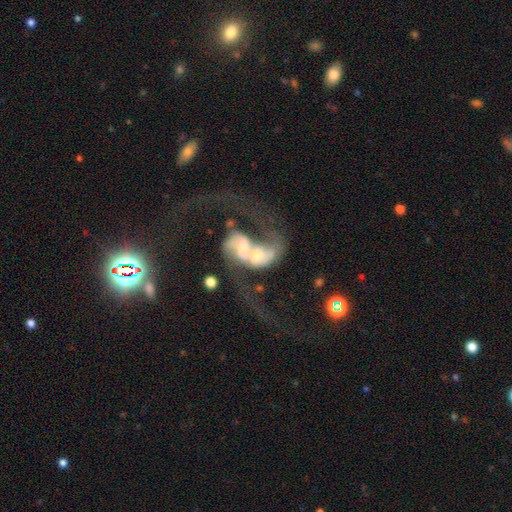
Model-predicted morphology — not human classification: smooth-or-featured: featured or disk: 74% | smooth: 18% | star or artifact: 8%
  disk-edge-on: no: 96% | yes: 4%
    bar: no: 58% | weak: 29% | strong: 13%
    has-spiral-arms: yes: 75% | no: 25%
      spiral-winding: loose: 65% | medium: 27% | tight: 8%
      spiral-arm-count: 2: 70% | can't tell: 13% | 1: 11% | 3: 4% | 4: 1% | more than 4: 1%
    bulge-size: moderate: 46% | small: 28% | large: 12% | none: 10% | dominant: 3%
  merging: merger: 72% | major disturbance: 16% | none: 8% | minor disturbance: 4%